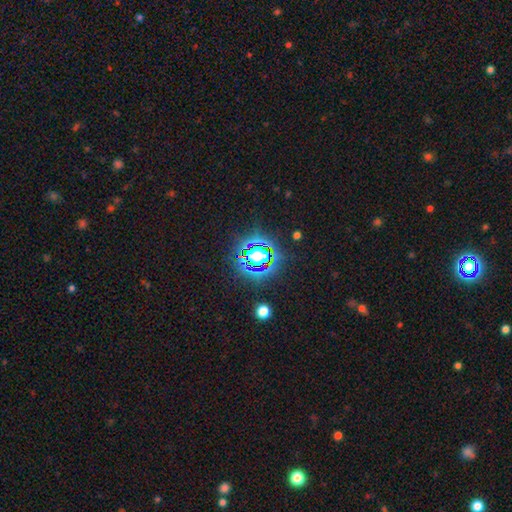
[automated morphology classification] Smooth or featured?
  - star or artifact: 68% *
  - smooth: 20%
  - featured or disk: 12%